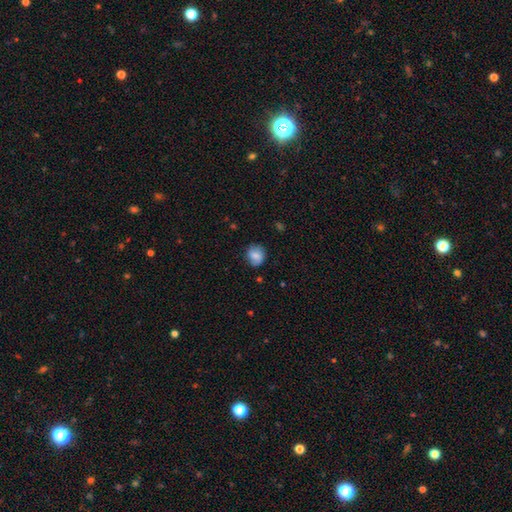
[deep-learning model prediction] Smooth or featured: smooth — 76% (featured or disk — 16%)
How rounded: round — 76% (in between — 23%)
Merging: none — 75% (minor disturbance — 19%)